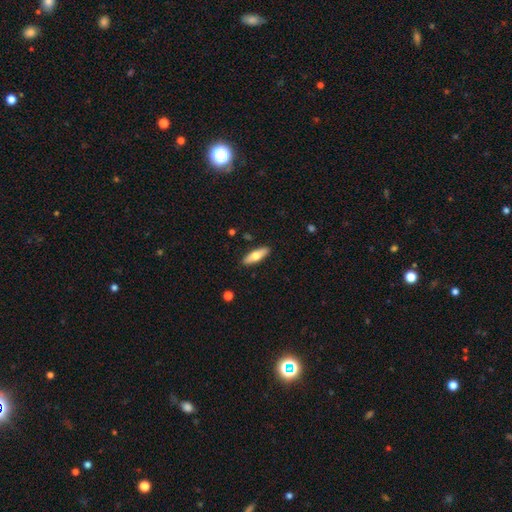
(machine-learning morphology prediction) Overall: smooth (62%; featured or disk 33%). How rounded: in between (54%; cigar-shaped 43%). Merging: none (89%).